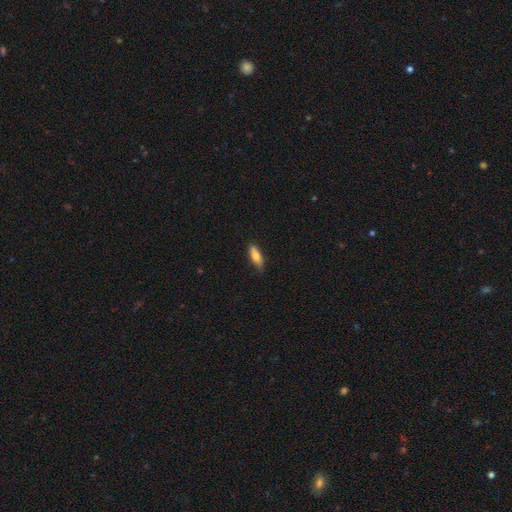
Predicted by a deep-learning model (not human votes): A smooth galaxy with no disk features (77%) that is in between round and cigar-shaped (60%).

Vote fractions:
- Smooth or featured? smooth: 77% / featured or disk: 17% / star or artifact: 6%
- How rounded? in between: 60% / cigar-shaped: 38% / round: 2%
- Merging? none: 82% / minor disturbance: 15% / major disturbance: 2% / merger: 1%